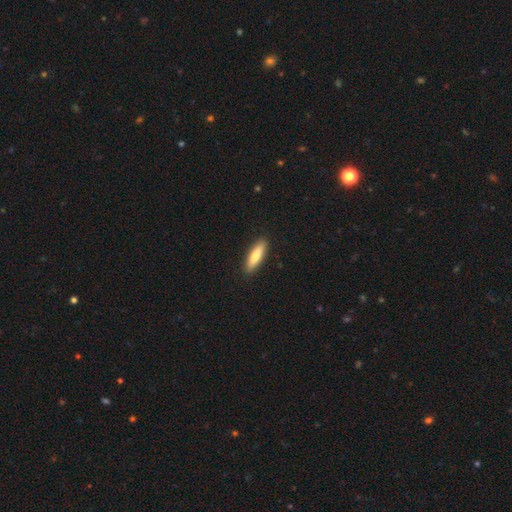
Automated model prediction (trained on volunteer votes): smooth 78%, featured or disk 17%, star or artifact 5%. Down the decision tree: how rounded — cigar-shaped (65%); merging — none (91%).